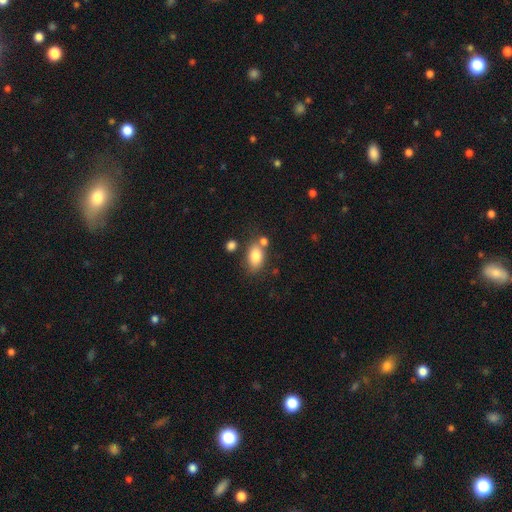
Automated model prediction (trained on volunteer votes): Smooth or featured? smooth (81%)
How rounded? in between (86%)
Merging? none (61%)